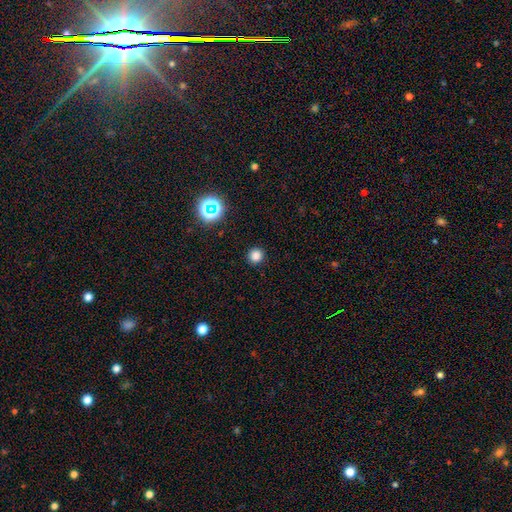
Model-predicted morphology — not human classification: A smooth galaxy with no disk features (80%) that is round (94%). Merging: none (92%).